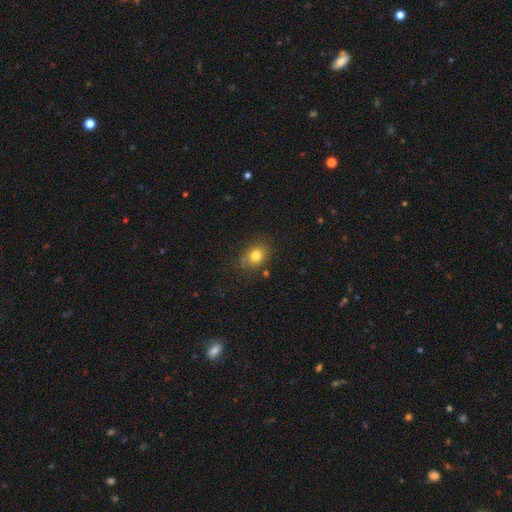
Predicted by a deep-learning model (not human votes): smooth-or-featured: smooth: 79% | star or artifact: 11% | featured or disk: 9%
  how-rounded: in between: 50% | round: 49% | cigar-shaped: 1%
  merging: none: 76% | minor disturbance: 15% | merger: 5% | major disturbance: 4%